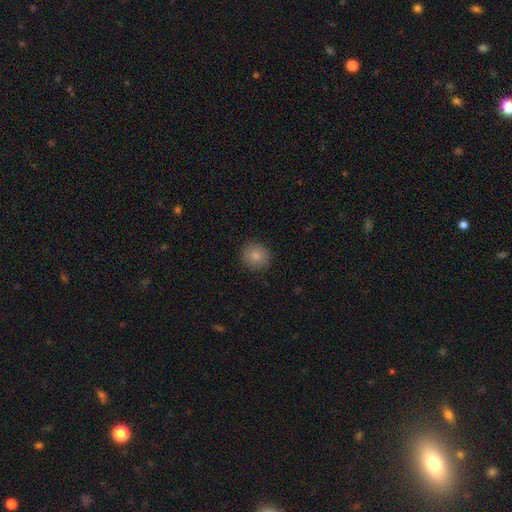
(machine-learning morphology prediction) type=smooth (82%); roundness=round (91%); merging=none (91%).